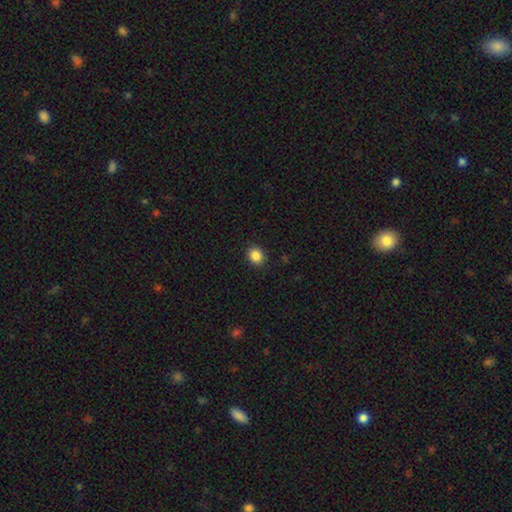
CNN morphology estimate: smooth 86%, star or artifact 10%, featured or disk 4%. Down the decision tree: how rounded — round (72%); merging — none (90%).